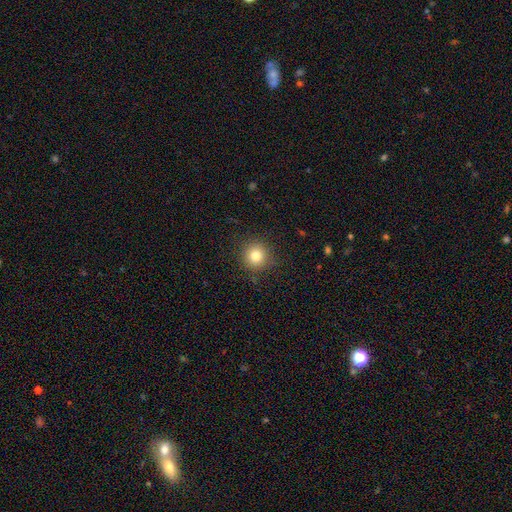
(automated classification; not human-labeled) This appears to be a smooth galaxy with no disk features (81%) that is round (93%). Merging: none (89%).